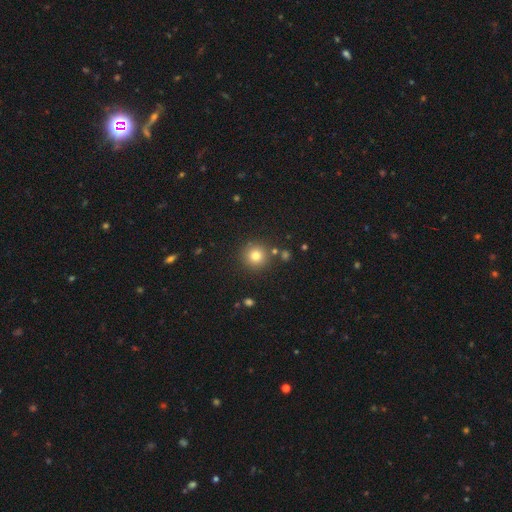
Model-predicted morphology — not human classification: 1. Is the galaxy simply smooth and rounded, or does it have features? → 79% smooth, 14% star or artifact, 8% featured or disk.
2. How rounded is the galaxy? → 95% round, 4% in between, 1% cigar-shaped.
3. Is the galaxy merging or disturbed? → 86% none, 7% minor disturbance, 5% merger, 2% major disturbance.